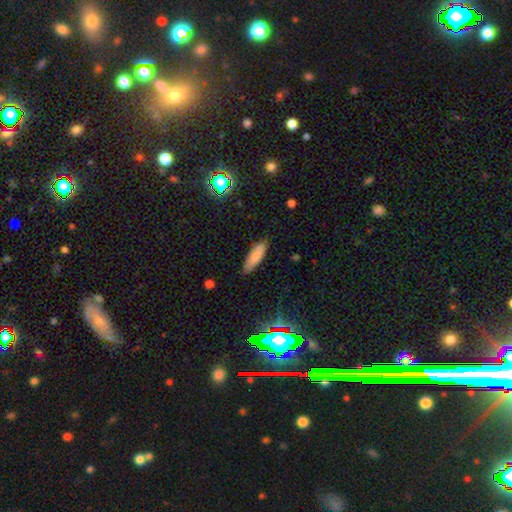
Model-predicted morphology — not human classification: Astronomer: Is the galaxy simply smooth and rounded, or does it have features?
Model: smooth — 82%.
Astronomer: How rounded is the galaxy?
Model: in between — 58% (runner-up: cigar-shaped, 40%).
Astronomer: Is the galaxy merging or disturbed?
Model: none — 80%.